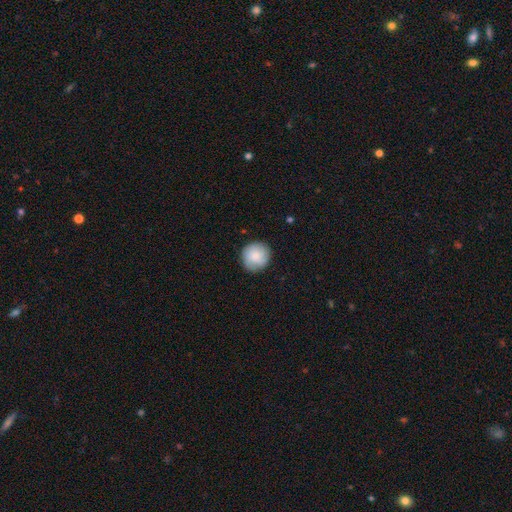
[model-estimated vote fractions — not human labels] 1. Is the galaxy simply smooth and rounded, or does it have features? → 79% smooth, 15% featured or disk, 7% star or artifact.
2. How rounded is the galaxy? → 93% round, 6% in between, 1% cigar-shaped.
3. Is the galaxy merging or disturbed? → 85% none, 12% minor disturbance, 2% major disturbance, 1% merger.